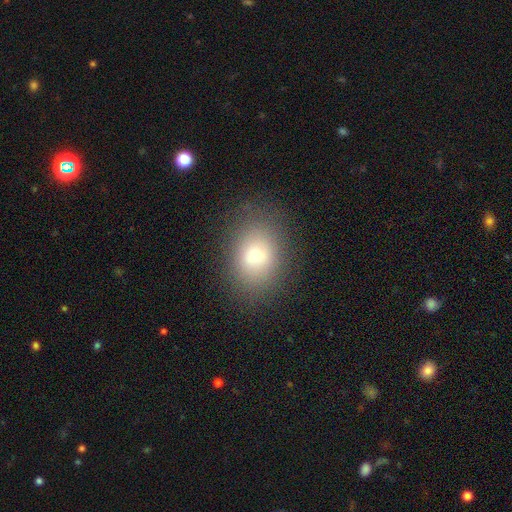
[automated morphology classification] A smooth galaxy with no disk features (82%) that is in between round and cigar-shaped (65%).

Vote fractions:
- Smooth or featured? smooth: 82% / star or artifact: 10% / featured or disk: 8%
- How rounded? in between: 65% / round: 34% / cigar-shaped: 1%
- Merging? none: 78% / minor disturbance: 14% / major disturbance: 6% / merger: 2%